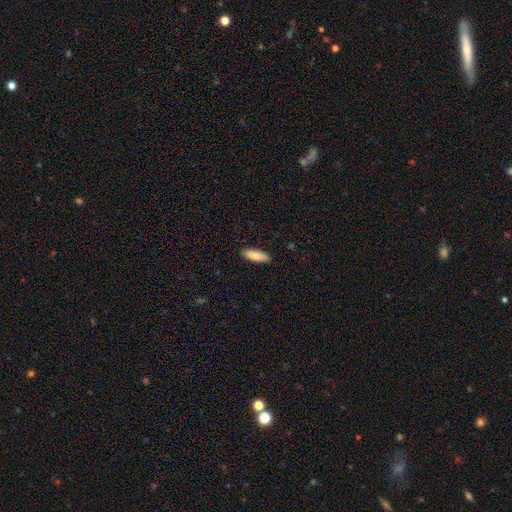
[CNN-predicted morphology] type=smooth (84%); roundness=in between (63%); merging=none (89%).